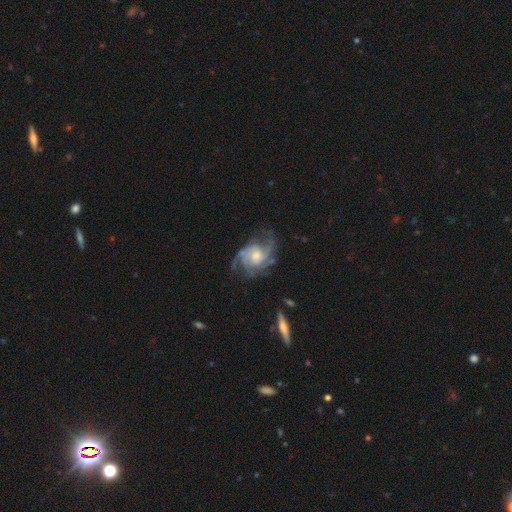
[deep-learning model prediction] Smooth or featured? featured or disk (89%)
Edge-on disk? no (98%)
Bar? no (68%)
Spiral arms? yes (97%)
Spiral winding? medium (47%)
Spiral arm count? 3 (33%)
Bulge size? moderate (50%)
Merging? none (68%)